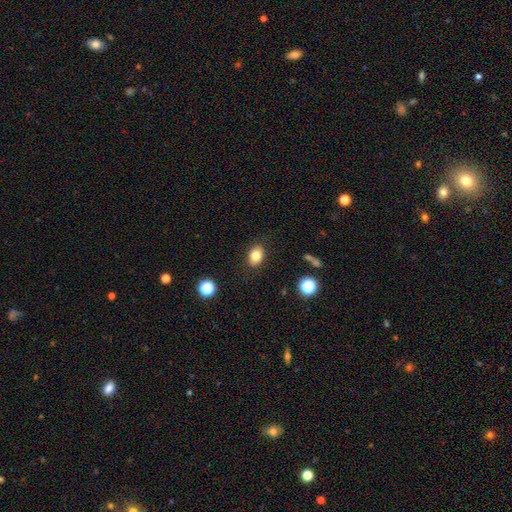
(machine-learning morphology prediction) Smooth or featured?
  - smooth: 81% *
  - star or artifact: 10%
  - featured or disk: 9%
How rounded?
  - in between: 76% *
  - round: 23%
  - cigar-shaped: 1%
Merging?
  - none: 87% *
  - minor disturbance: 10%
  - major disturbance: 3%
  - merger: 1%